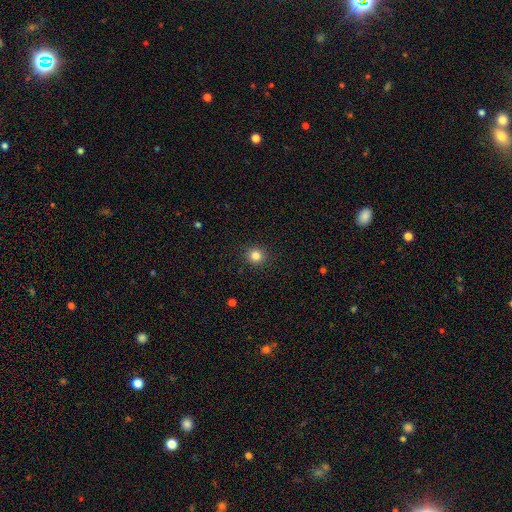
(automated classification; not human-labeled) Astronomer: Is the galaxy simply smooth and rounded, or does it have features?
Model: smooth — 83%.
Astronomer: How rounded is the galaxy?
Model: round — 92%.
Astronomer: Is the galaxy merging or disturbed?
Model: none — 91%.